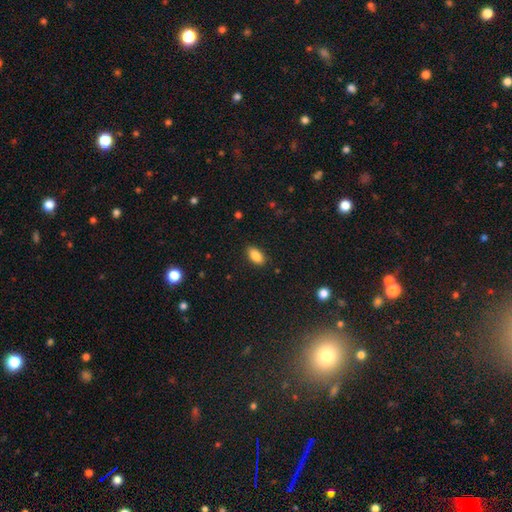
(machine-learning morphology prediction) Q: Smooth or featured?
A: smooth (85%); runner-up: star or artifact (8%)
Q: How rounded?
A: in between (91%); runner-up: cigar-shaped (5%)
Q: Merging?
A: none (87%); runner-up: minor disturbance (10%)